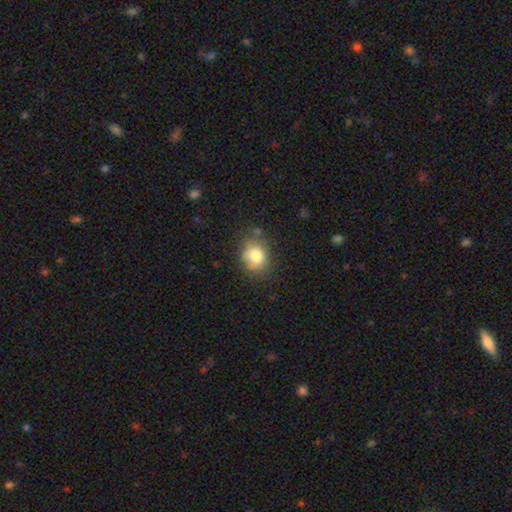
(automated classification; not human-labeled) Smooth or featured? smooth (78%)
How rounded? round (63%)
Merging? none (66%)